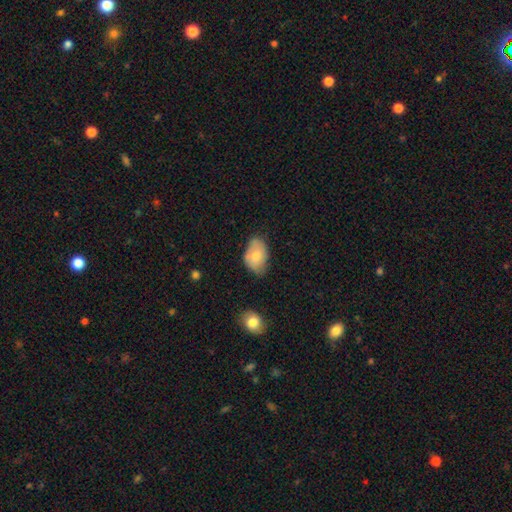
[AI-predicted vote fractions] Smooth or featured? smooth (72%)
How rounded? in between (84%)
Merging? none (59%)